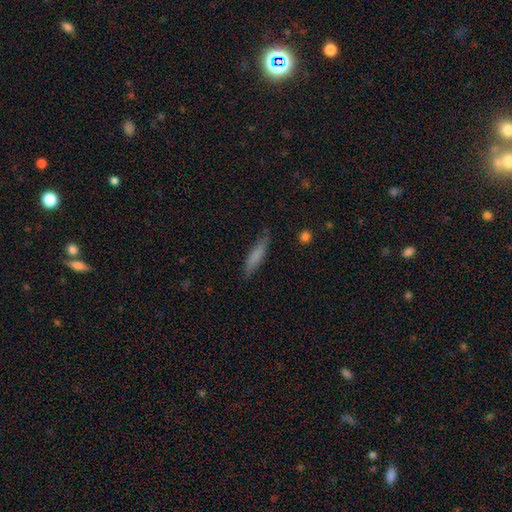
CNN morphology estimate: smooth-or-featured: smooth: 76% | featured or disk: 16% | star or artifact: 7%
  how-rounded: cigar-shaped: 81% | in between: 17% | round: 2%
  merging: none: 77% | minor disturbance: 18% | major disturbance: 4% | merger: 2%